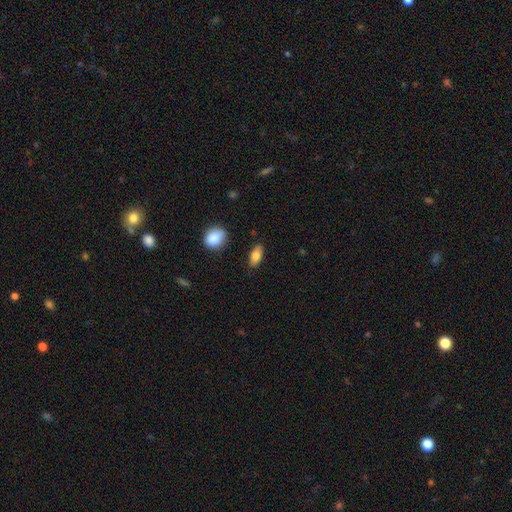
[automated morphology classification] smooth-or-featured: smooth: 78% | featured or disk: 14% | star or artifact: 7%
  how-rounded: in between: 83% | cigar-shaped: 12% | round: 4%
  merging: none: 86% | minor disturbance: 10% | major disturbance: 2% | merger: 2%